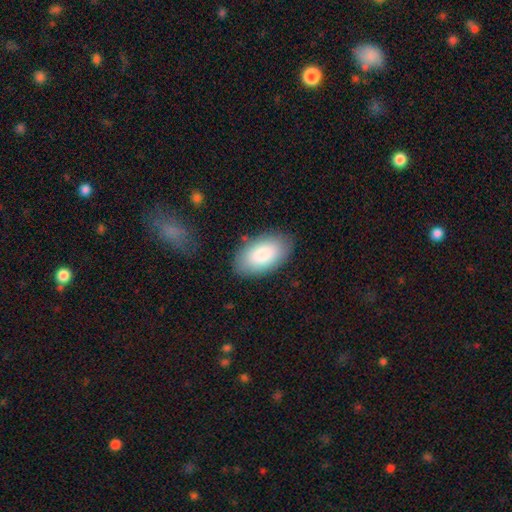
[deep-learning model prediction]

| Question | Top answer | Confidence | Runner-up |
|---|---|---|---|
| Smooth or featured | smooth | 85% | featured or disk (8%) |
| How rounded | in between | 95% | round (4%) |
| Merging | none | 84% | minor disturbance (11%) |